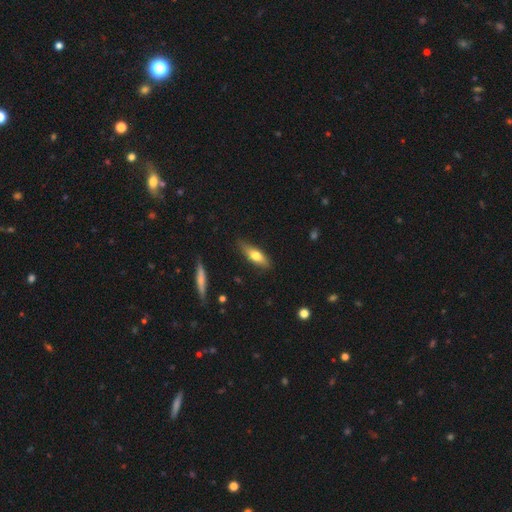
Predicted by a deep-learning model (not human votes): Smooth or featured? smooth (67%)
How rounded? in between (53%)
Merging? none (78%)